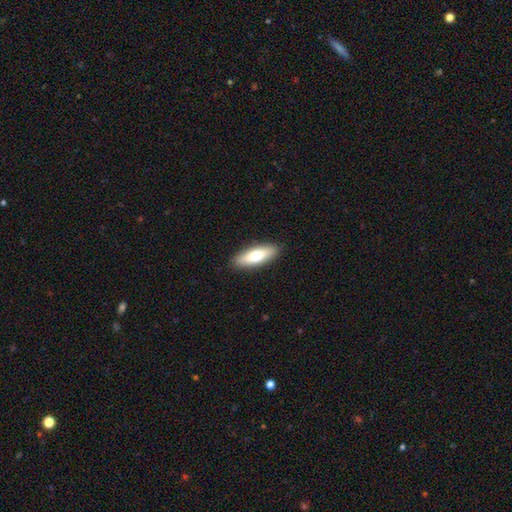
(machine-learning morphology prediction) This appears to be a smooth galaxy with no disk features (73%) that is in between round and cigar-shaped (61%). Merging: none (89%).